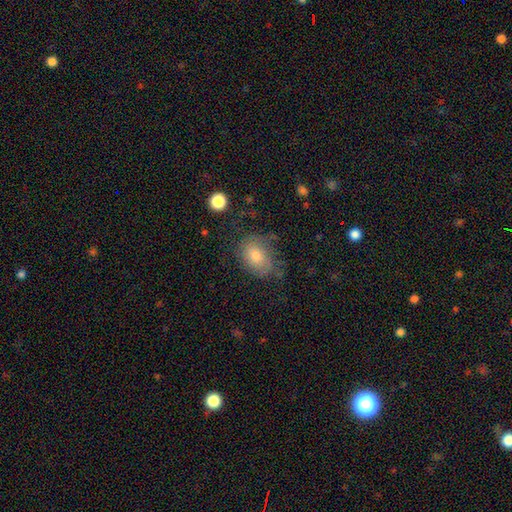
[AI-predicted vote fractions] A smooth galaxy with no disk features (65%) that is in between round and cigar-shaped (70%). Merging: none (60%).